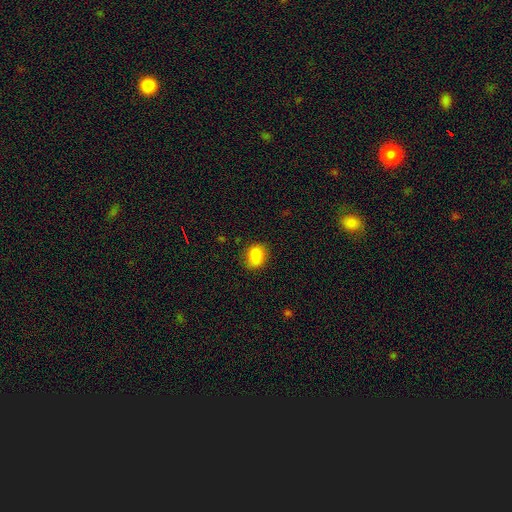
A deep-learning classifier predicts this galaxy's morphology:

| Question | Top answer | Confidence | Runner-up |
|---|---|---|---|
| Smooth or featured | smooth | 87% | star or artifact (9%) |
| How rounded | in between | 59% | round (40%) |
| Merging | none | 81% | minor disturbance (14%) |